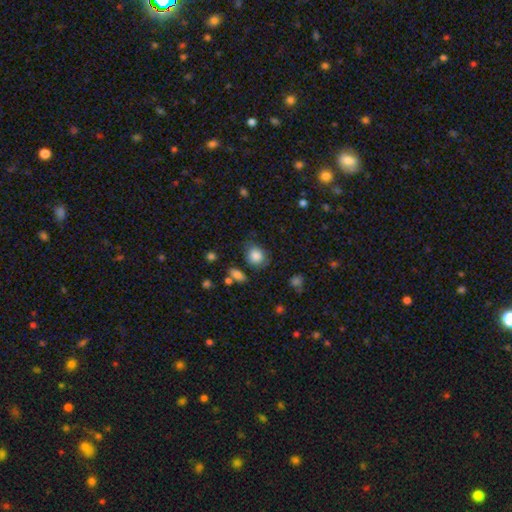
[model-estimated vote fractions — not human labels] smooth 84%, star or artifact 9%, featured or disk 7%. Down the decision tree: how rounded — round (61%); merging — none (68%).